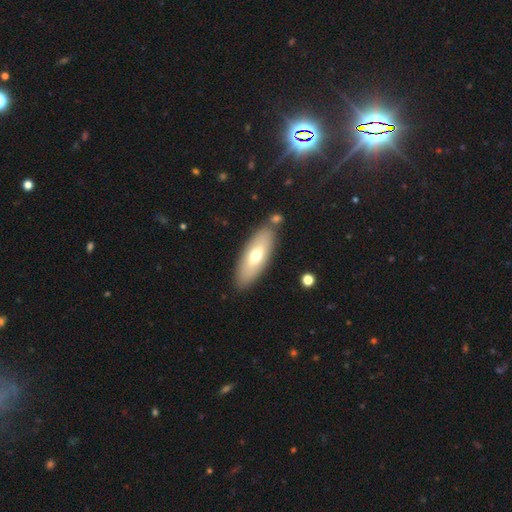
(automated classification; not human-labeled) Smooth or featured: smooth — 60% (featured or disk — 35%)
How rounded: in between — 68% (cigar-shaped — 30%)
Merging: none — 81% (minor disturbance — 10%)